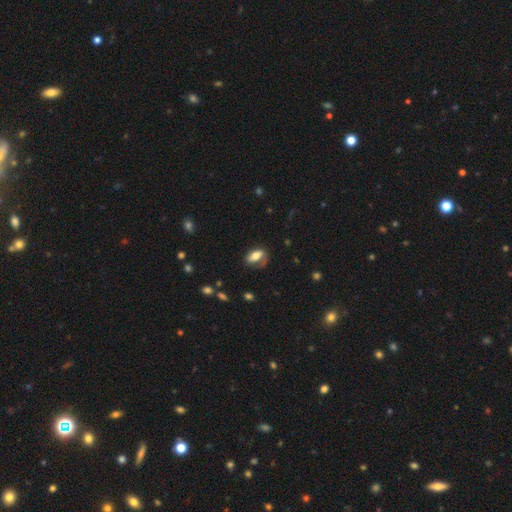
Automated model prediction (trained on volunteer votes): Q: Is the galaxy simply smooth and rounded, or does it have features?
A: smooth — 57%.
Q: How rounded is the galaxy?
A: in between — 87%.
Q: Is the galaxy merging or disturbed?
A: none — 54%.